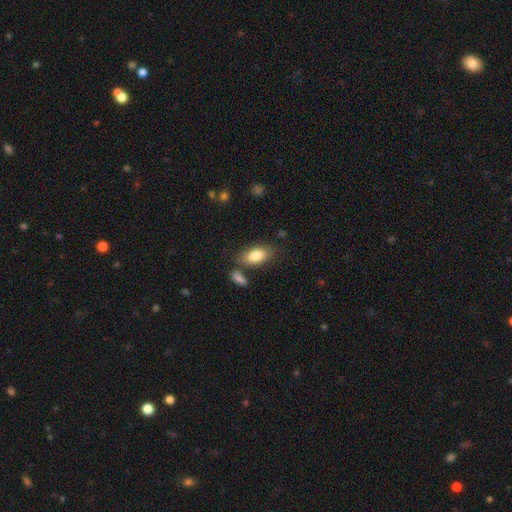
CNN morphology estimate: smooth-or-featured: smooth: 82% | featured or disk: 11% | star or artifact: 7%
  how-rounded: in between: 89% | cigar-shaped: 7% | round: 4%
  merging: none: 70% | minor disturbance: 14% | merger: 12% | major disturbance: 4%